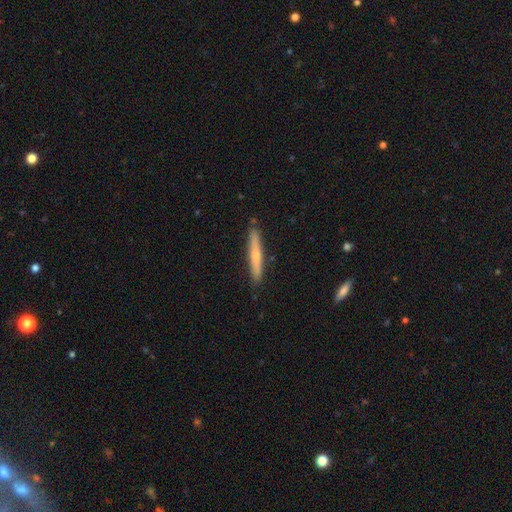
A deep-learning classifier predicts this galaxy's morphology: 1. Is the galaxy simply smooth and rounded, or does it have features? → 56% smooth, 38% featured or disk, 6% star or artifact.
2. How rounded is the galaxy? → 95% cigar-shaped, 4% in between, 1% round.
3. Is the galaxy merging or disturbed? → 89% none, 8% minor disturbance, 2% merger, 1% major disturbance.